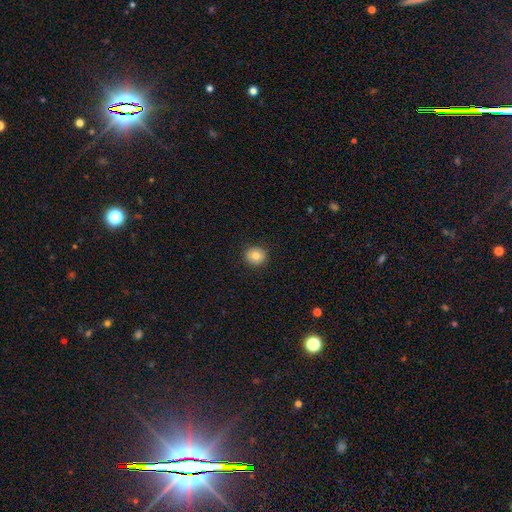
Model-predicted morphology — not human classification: This appears to be a smooth galaxy with no disk features (80%) that is round (88%). Merging: none (91%).